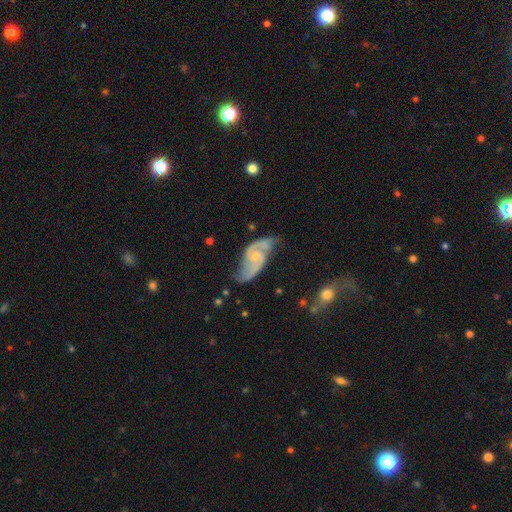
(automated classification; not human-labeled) A featured or disk galaxy (89%) with no bar (55%), 2 (90%) medium (51%) spiral arms (97%) and a small central bulge (67%).

Vote fractions:
- Smooth or featured? featured or disk: 89% / smooth: 6% / star or artifact: 5%
- Edge-on disk? no: 97% / yes: 3%
- Bar? no: 55% / weak: 37% / strong: 8%
- Spiral arms? yes: 97% / no: 3%
- Spiral winding? medium: 51% / loose: 27% / tight: 22%
- Spiral arm count? 2: 90% / can't tell: 3% / 3: 3% / 1: 2% / 4: 1% / more than 4: 1%
- Bulge size? small: 67% / moderate: 21% / none: 10% / large: 1% / dominant: 1%
- Merging? none: 61% / minor disturbance: 25% / major disturbance: 11% / merger: 3%